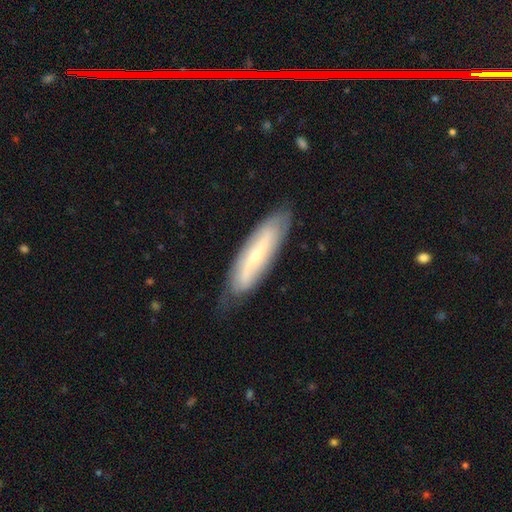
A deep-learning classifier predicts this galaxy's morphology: Smooth or featured? featured or disk (67%)
Edge-on disk? no (68%)
Merging? none (78%)